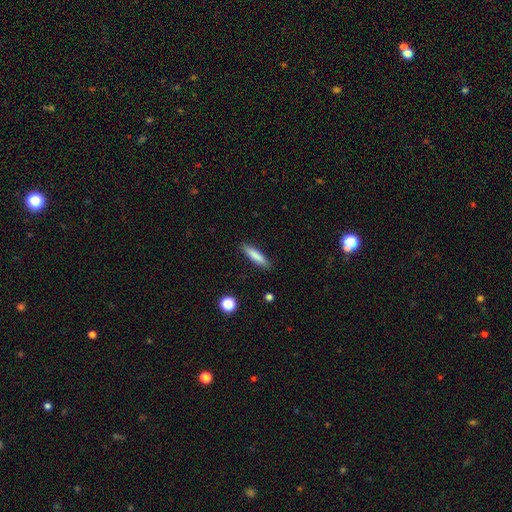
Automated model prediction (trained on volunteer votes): The model was most divided on "how rounded": cigar-shaped: 80%, in between: 19%, round: 1%. More confident: merging — none (89%); smooth or featured — smooth (82%).